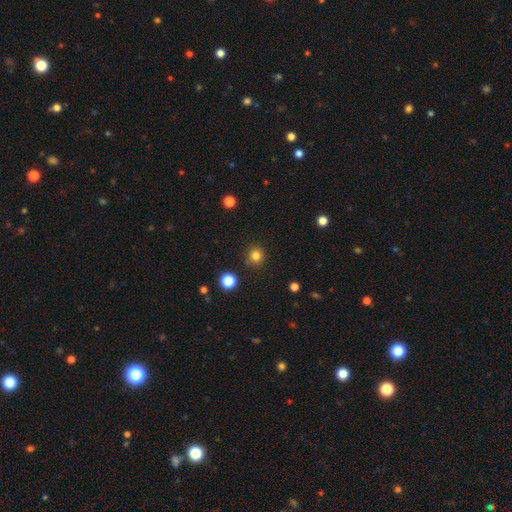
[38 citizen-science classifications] smooth-or-featured: smooth: 92% | star or artifact: 5% | featured or disk: 3%
  how-rounded: round: 89% | in between: 9% | cigar-shaped: 3%
  merging: none: 89% | minor disturbance: 11% | major disturbance: 0% | merger: 0%